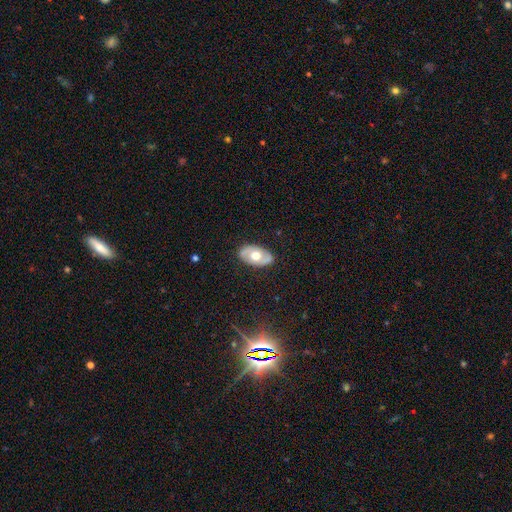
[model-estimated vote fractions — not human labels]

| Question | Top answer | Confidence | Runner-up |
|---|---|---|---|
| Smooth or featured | featured or disk | 51% | smooth (43%) |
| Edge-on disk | no | 88% | yes (12%) |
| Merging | none | 83% | minor disturbance (13%) |